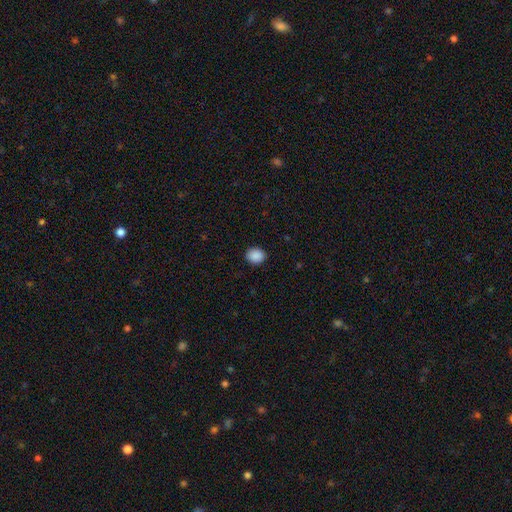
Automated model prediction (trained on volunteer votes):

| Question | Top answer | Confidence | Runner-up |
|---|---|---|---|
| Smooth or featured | smooth | 90% | star or artifact (8%) |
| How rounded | round | 58% | in between (41%) |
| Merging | none | 90% | minor disturbance (7%) |